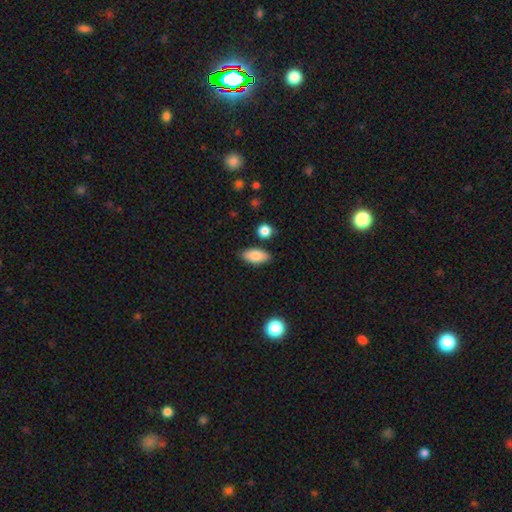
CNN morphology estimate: smooth_or_featured: smooth (p=0.84) [alt: featured or disk p=0.08]
how_rounded: in between (p=0.89) [alt: cigar-shaped p=0.07]
merging: none (p=0.82) [alt: minor disturbance p=0.12]